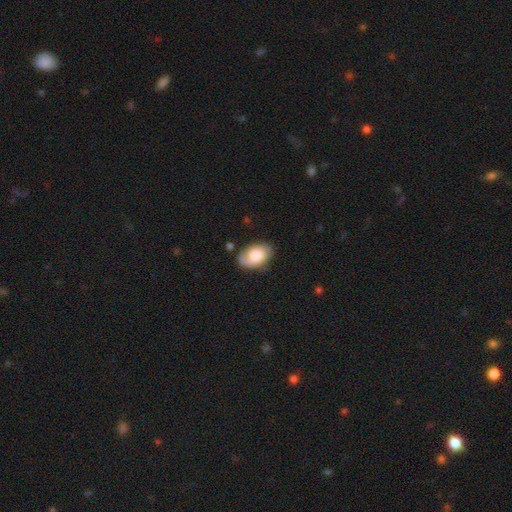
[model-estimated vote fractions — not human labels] This is possibly a smooth galaxy (59%). How rounded: clearly in between (90%). Merging: likely none (70%).